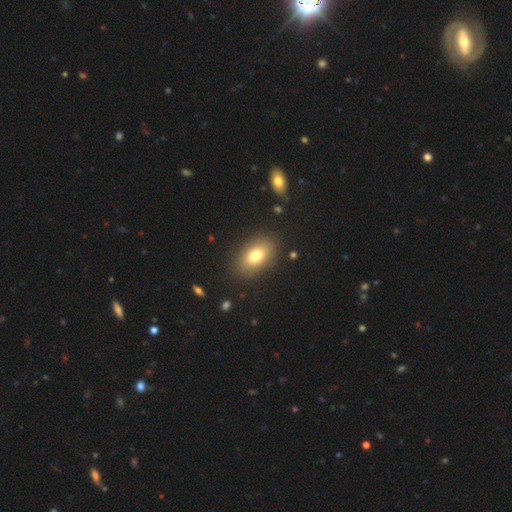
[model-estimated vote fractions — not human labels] Morphology: type=smooth (75%); roundness=in between (83%); merging=none (86%).